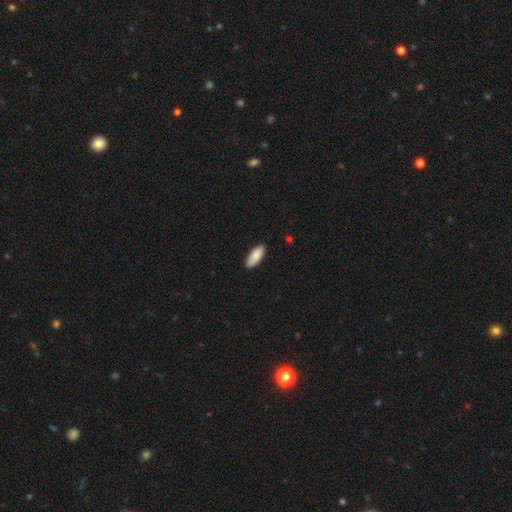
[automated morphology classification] Smooth or featured?
  - smooth: 88% *
  - featured or disk: 6%
  - star or artifact: 6%
How rounded?
  - in between: 80% *
  - cigar-shaped: 18%
  - round: 2%
Merging?
  - none: 88% *
  - minor disturbance: 9%
  - major disturbance: 2%
  - merger: 1%